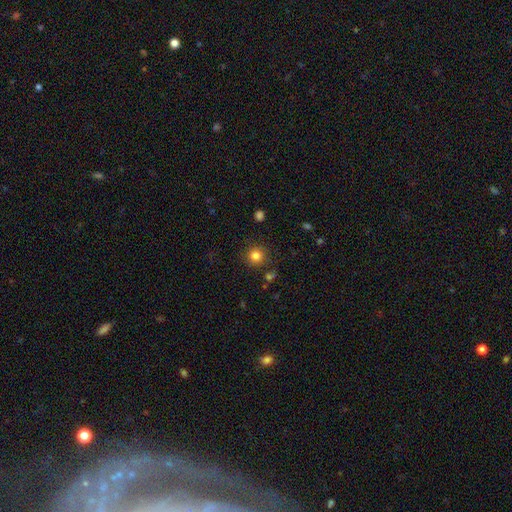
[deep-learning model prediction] Smooth or featured? smooth (83%)
How rounded? round (92%)
Merging? none (87%)